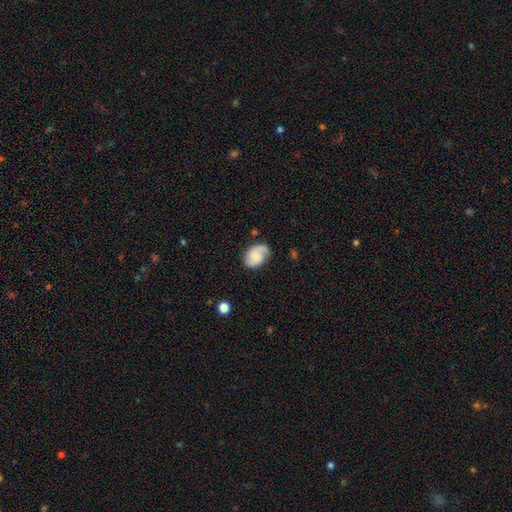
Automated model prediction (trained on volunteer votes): Smooth or featured: featured or disk — 51% (smooth — 42%)
Edge-on disk: no — 97% (yes — 3%)
Merging: none — 66% (minor disturbance — 24%)